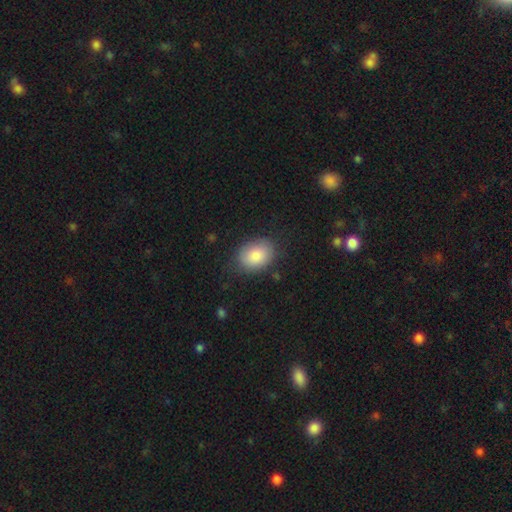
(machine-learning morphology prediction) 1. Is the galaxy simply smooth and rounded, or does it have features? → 84% smooth, 8% star or artifact, 8% featured or disk.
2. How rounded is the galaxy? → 72% in between, 27% round, 1% cigar-shaped.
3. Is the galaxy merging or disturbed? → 82% none, 13% minor disturbance, 4% major disturbance, 1% merger.